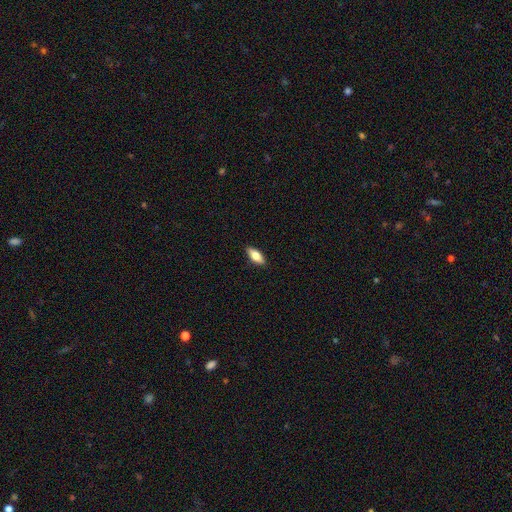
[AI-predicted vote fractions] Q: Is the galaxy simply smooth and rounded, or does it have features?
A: smooth — 74%.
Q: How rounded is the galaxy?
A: in between — 80%.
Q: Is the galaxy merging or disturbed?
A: none — 89%.